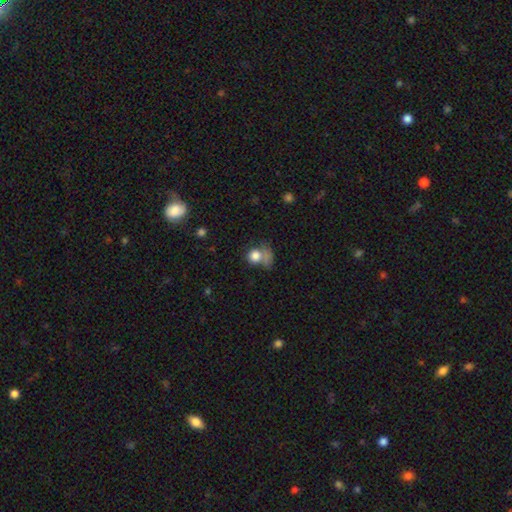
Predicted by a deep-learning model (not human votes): smooth_or_featured: smooth (p=0.77) [alt: star or artifact p=0.12]
how_rounded: round (p=0.71) [alt: in between p=0.27]
merging: none (p=0.35) [alt: merger p=0.24]